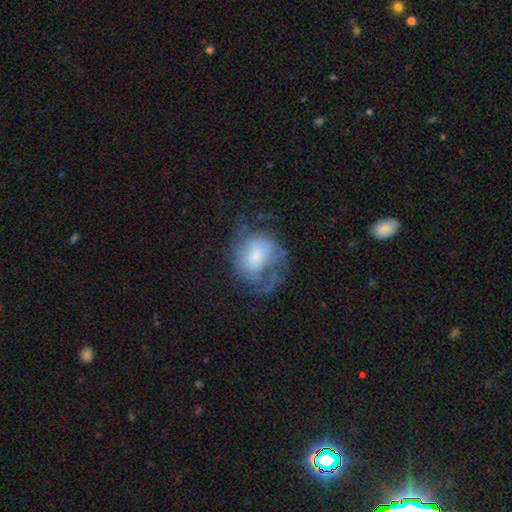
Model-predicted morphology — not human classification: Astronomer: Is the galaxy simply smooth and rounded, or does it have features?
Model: featured or disk — 54% (runner-up: smooth, 37%).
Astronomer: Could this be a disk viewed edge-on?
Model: no — 97%.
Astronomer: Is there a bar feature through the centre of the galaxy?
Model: no — 60%.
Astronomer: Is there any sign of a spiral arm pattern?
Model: yes — 68%.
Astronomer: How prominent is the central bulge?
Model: moderate — 40% (runner-up: small, 36%).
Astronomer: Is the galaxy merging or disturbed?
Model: none — 42% (runner-up: major disturbance, 32%).